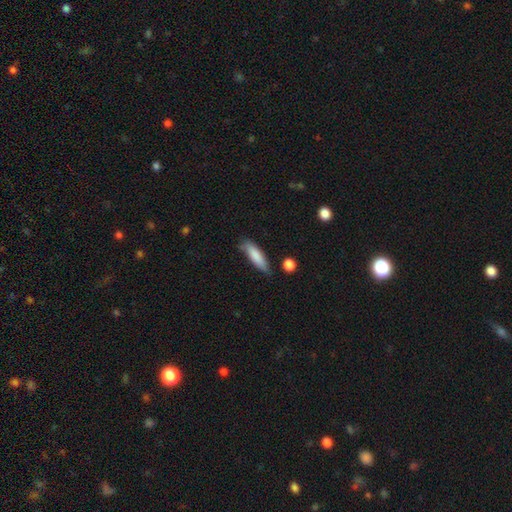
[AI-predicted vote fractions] The model was most divided on "how rounded": cigar-shaped: 61%, in between: 37%, round: 2%. More confident: smooth or featured — smooth (82%); merging — none (69%).